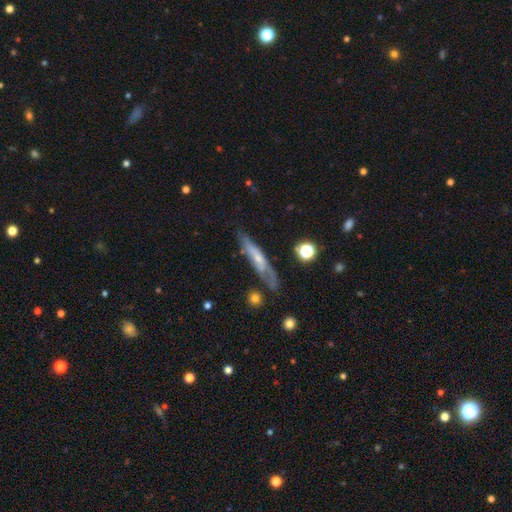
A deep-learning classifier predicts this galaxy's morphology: Q: Smooth or featured?
A: featured or disk (58%); runner-up: smooth (33%)
Q: Edge-on disk?
A: yes (72%); runner-up: no (28%)
Q: Merging?
A: none (70%); runner-up: minor disturbance (19%)